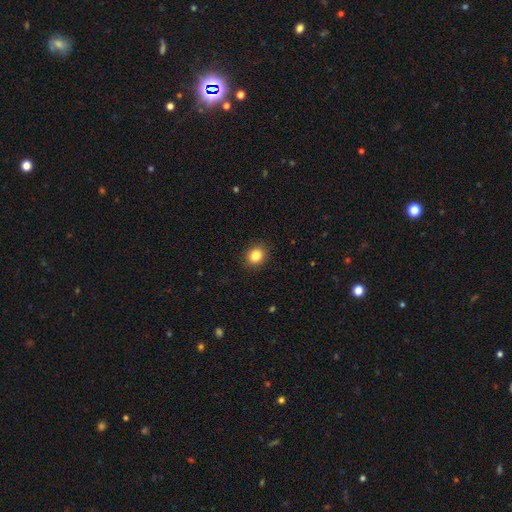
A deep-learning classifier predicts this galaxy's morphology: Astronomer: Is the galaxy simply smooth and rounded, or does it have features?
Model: smooth — 84%.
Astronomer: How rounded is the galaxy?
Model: round — 74%.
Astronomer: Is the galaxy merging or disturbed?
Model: none — 91%.